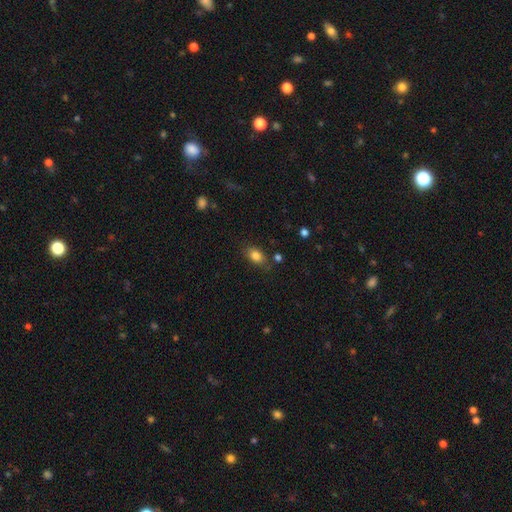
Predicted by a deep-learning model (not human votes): A smooth galaxy with no disk features (83%) that is in between round and cigar-shaped (81%). Merging: none (78%).